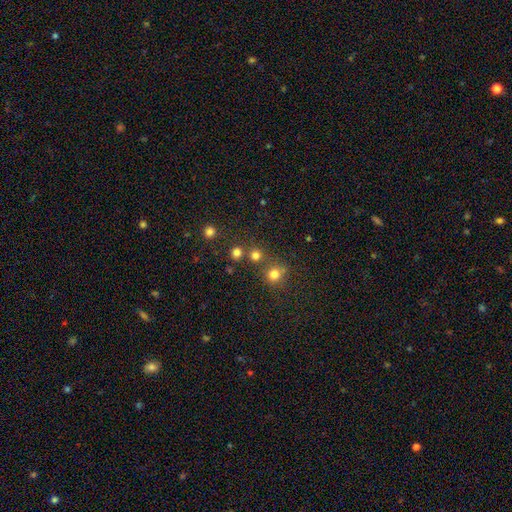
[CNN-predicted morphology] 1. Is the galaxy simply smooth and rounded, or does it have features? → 73% smooth, 21% star or artifact, 6% featured or disk.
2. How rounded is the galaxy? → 90% round, 9% in between, 1% cigar-shaped.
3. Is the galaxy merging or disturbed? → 70% none, 20% merger, 7% minor disturbance, 3% major disturbance.